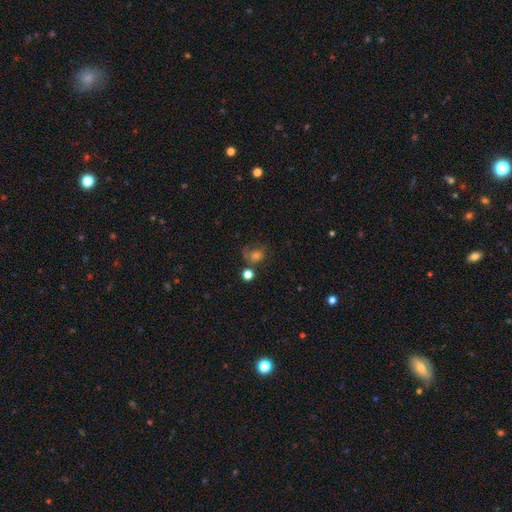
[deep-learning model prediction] A smooth galaxy with no disk features (48%).

Vote fractions:
- Smooth or featured? smooth: 48% / featured or disk: 31% / star or artifact: 20%
- Merging? none: 44% / major disturbance: 26% / minor disturbance: 20% / merger: 9%